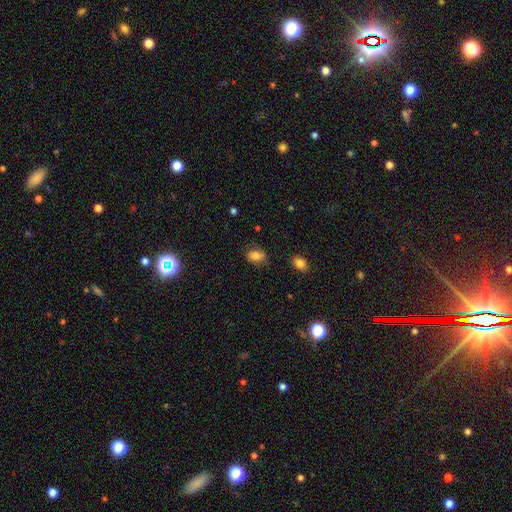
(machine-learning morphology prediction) The model was most divided on "merging": none: 73%, minor disturbance: 20%, major disturbance: 6%, merger: 2%. More confident: how rounded — in between (84%); smooth or featured — smooth (77%).